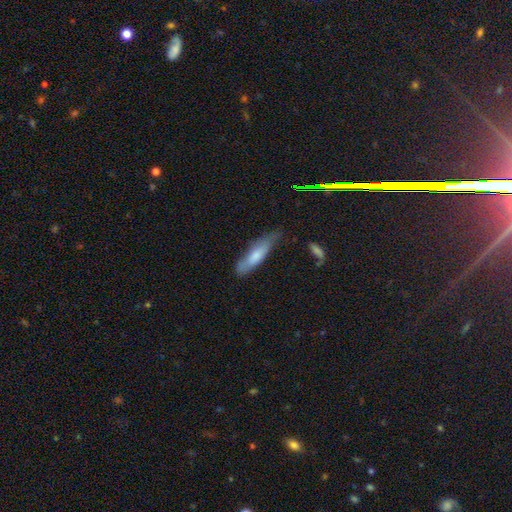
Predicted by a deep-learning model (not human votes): Overall: smooth (69%). How rounded: cigar-shaped (72%). Merging: none (56%; minor disturbance 32%).